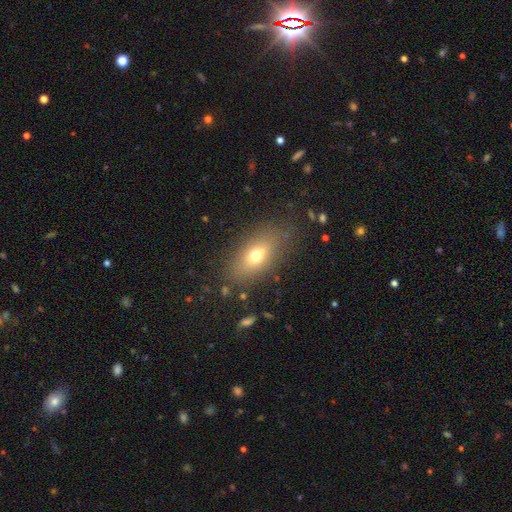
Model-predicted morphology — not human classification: smooth-or-featured: smooth: 66% | featured or disk: 22% | star or artifact: 12%
  how-rounded: in between: 80% | round: 11% | cigar-shaped: 9%
  merging: none: 77% | minor disturbance: 14% | major disturbance: 7% | merger: 2%